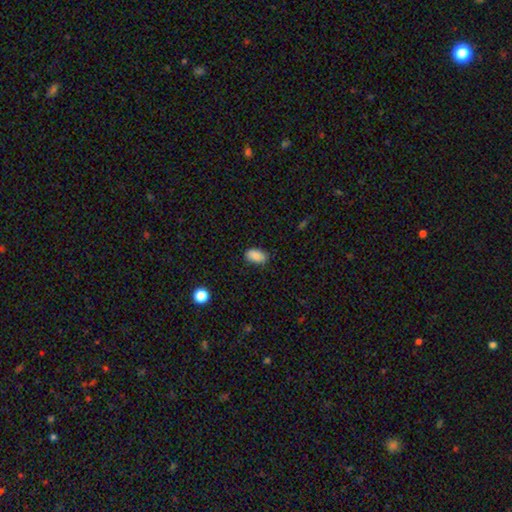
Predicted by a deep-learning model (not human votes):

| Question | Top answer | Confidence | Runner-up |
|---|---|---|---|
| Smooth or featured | smooth | 88% | star or artifact (8%) |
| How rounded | in between | 92% | round (5%) |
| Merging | none | 80% | minor disturbance (16%) |